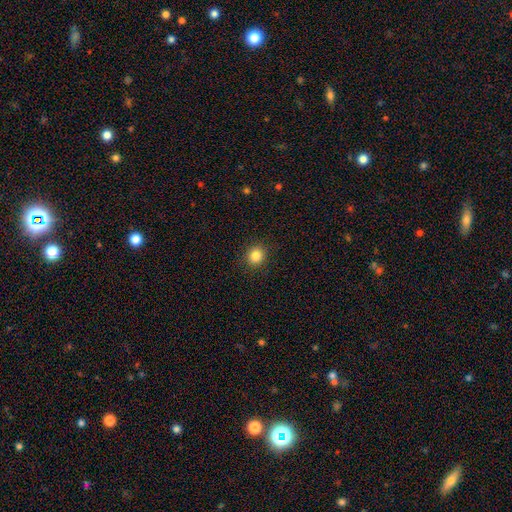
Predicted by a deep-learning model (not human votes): smooth-or-featured: smooth: 85% | star or artifact: 11% | featured or disk: 5%
  how-rounded: round: 85% | in between: 14% | cigar-shaped: 1%
  merging: none: 91% | minor disturbance: 6% | major disturbance: 2% | merger: 1%